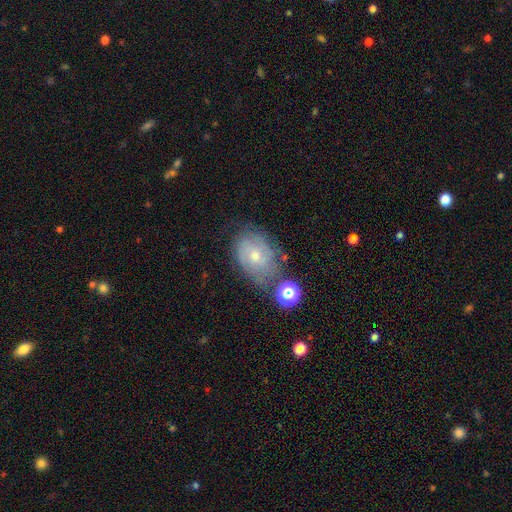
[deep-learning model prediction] Smooth or featured? featured or disk (56%)
Edge-on disk? no (95%)
Bar? no (71%)
Spiral arms? yes (79%)
Bulge size? small (54%)
Merging? none (62%)